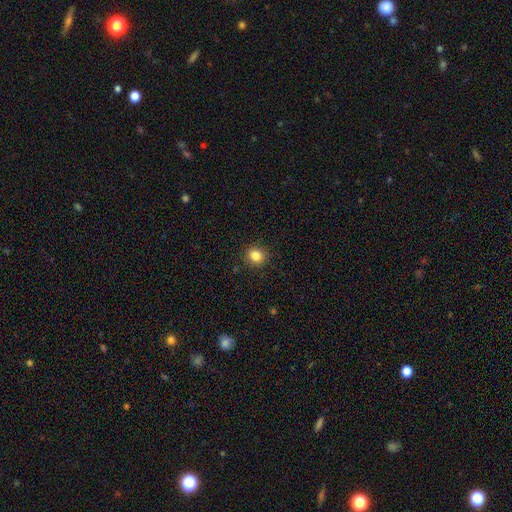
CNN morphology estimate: Overall: smooth (84%). How rounded: round (80%). Merging: none (90%).